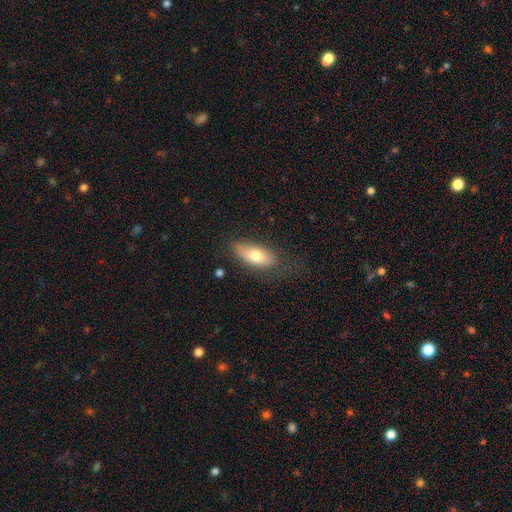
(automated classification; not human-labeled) smooth-or-featured: smooth: 72% | featured or disk: 21% | star or artifact: 7%
  how-rounded: in between: 83% | cigar-shaped: 14% | round: 4%
  merging: none: 71% | minor disturbance: 20% | major disturbance: 7% | merger: 2%